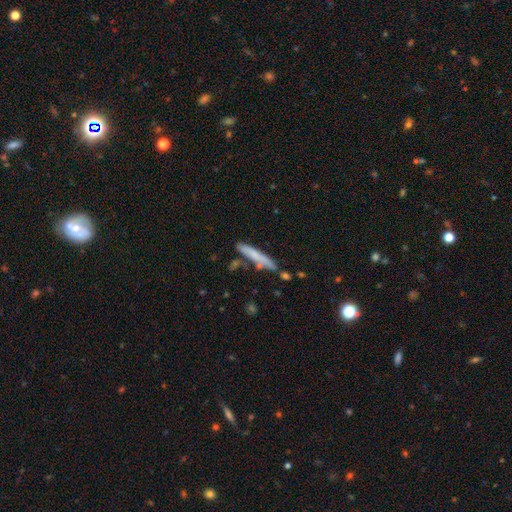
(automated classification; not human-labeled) This appears to be a smooth galaxy with no disk features (66%) that is cigar-shaped (93%). Merging: none (71%).